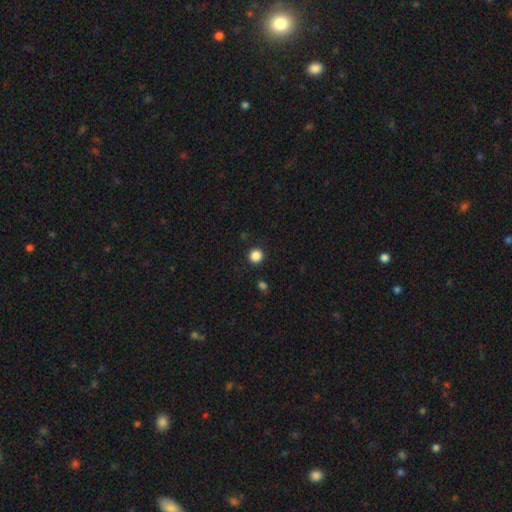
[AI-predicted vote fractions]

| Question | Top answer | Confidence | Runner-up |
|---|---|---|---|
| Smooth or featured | smooth | 86% | star or artifact (11%) |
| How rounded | round | 94% | in between (5%) |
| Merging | none | 92% | minor disturbance (5%) |